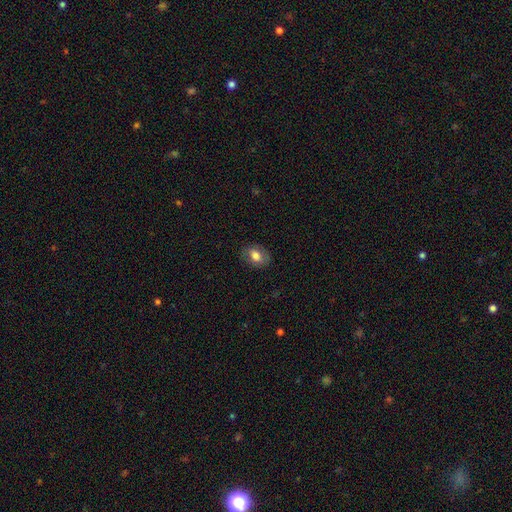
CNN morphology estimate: type=smooth (72%); roundness=in between (79%); merging=none (81%).